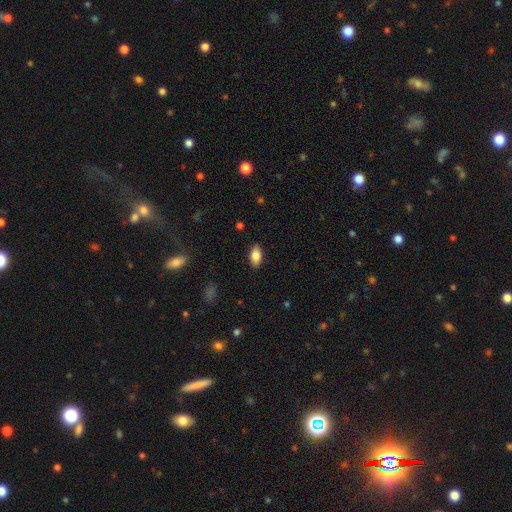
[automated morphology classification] Q: Smooth or featured?
A: smooth (82%); runner-up: featured or disk (11%)
Q: How rounded?
A: in between (90%); runner-up: cigar-shaped (6%)
Q: Merging?
A: none (87%); runner-up: minor disturbance (9%)